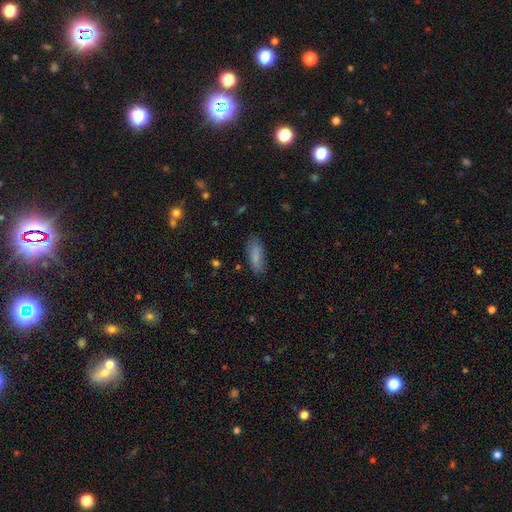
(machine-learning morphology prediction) The model was most divided on "how rounded": in between: 68%, cigar-shaped: 30%, round: 2%. More confident: smooth or featured — smooth (84%); merging — none (77%).